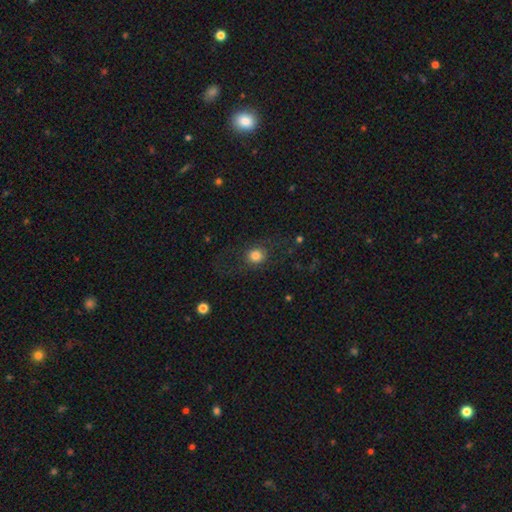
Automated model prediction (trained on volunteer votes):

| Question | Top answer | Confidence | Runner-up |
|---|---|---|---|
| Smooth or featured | smooth | 75% | featured or disk (14%) |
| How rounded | round | 78% | in between (20%) |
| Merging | none | 69% | major disturbance (16%) |